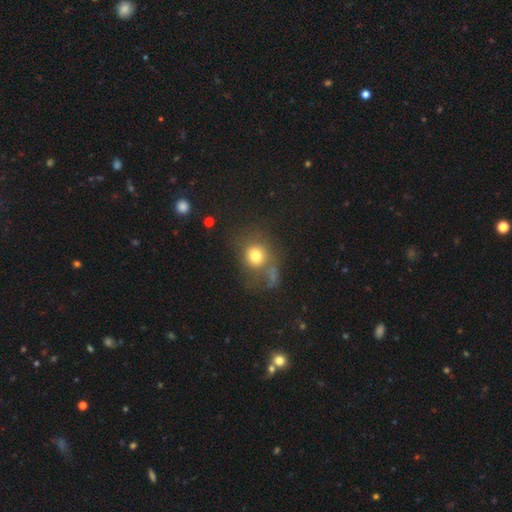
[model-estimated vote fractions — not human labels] This appears to be a smooth galaxy with no disk features (73%) that is round (82%). Merging: none (50%).